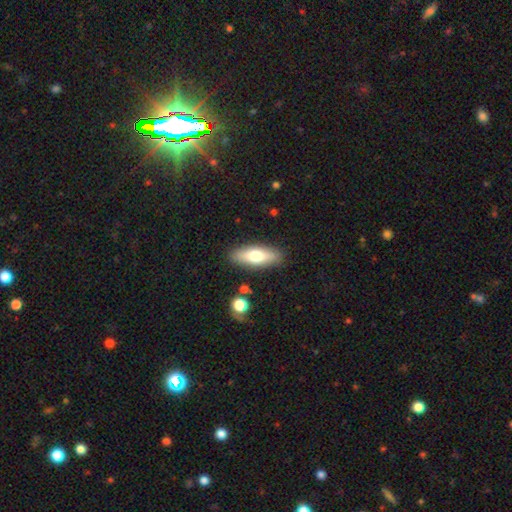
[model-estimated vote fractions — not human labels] A smooth galaxy with no disk features (66%) that is in between round and cigar-shaped (61%).

Vote fractions:
- Smooth or featured? smooth: 66% / featured or disk: 28% / star or artifact: 6%
- How rounded? in between: 61% / cigar-shaped: 37% / round: 3%
- Merging? none: 87% / minor disturbance: 9% / major disturbance: 2% / merger: 2%